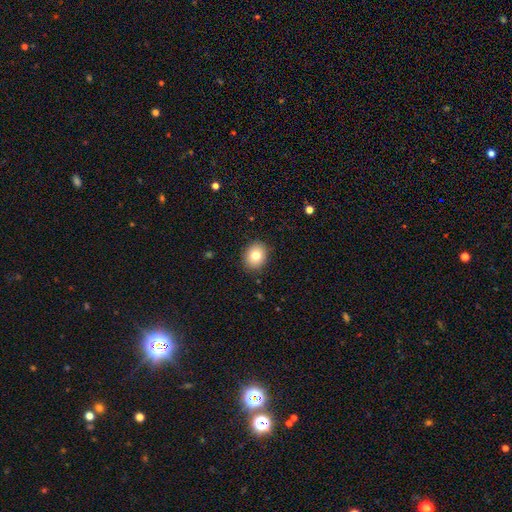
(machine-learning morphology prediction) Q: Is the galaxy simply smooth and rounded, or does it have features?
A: smooth — 78%.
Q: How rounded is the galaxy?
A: round — 60%.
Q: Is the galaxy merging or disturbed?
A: none — 88%.